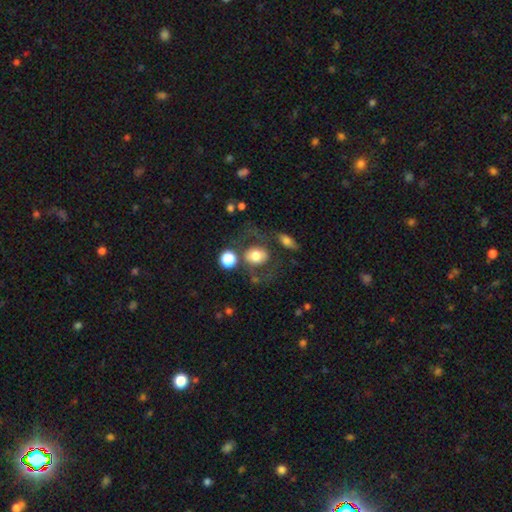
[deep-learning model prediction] Smooth or featured? Predicted: smooth (p=0.61). How rounded? Predicted: round (p=0.55). Merging? Predicted: none (p=0.56).